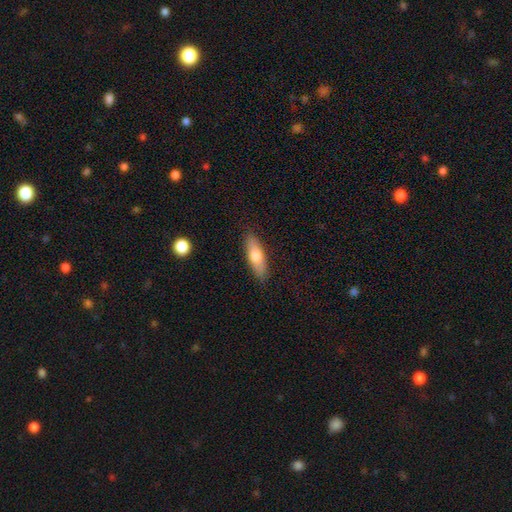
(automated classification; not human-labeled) Smooth or featured? Predicted: smooth (p=0.71). How rounded? Predicted: in between (p=0.52). Merging? Predicted: none (p=0.87).